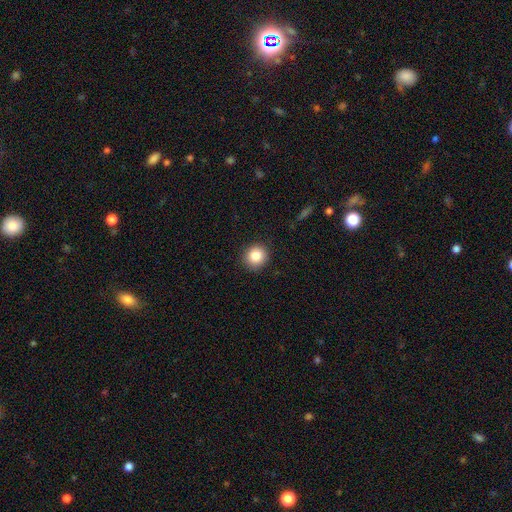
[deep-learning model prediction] Overall: smooth (85%). How rounded: round (89%). Merging: none (90%).